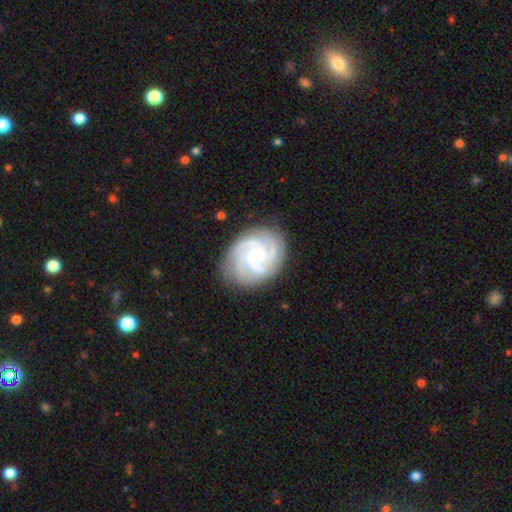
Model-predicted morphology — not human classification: Overall: featured or disk (88%). Edge-on disk: no (98%). Bar: no (54%; weak 38%). Spiral arms: yes (98%). Spiral arm count: 3 (40%; 4 28%). Spiral winding: tight (63%; medium 33%). Bulge size: small (62%; moderate 27%). Merging: none (80%).